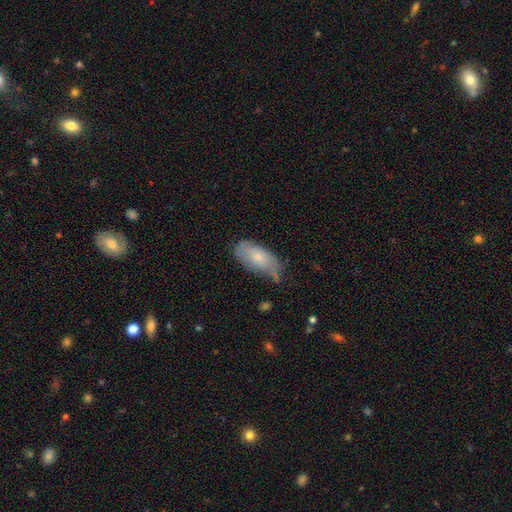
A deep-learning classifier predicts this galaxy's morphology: Overall: smooth (63%; featured or disk 29%). How rounded: in between (89%). Merging: none (51%; minor disturbance 36%).